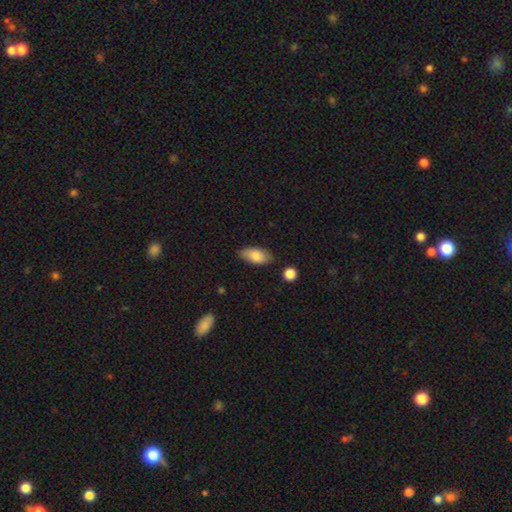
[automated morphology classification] This appears to be a smooth galaxy with no disk features (81%) that is in between round and cigar-shaped (91%). Merging: none (81%).